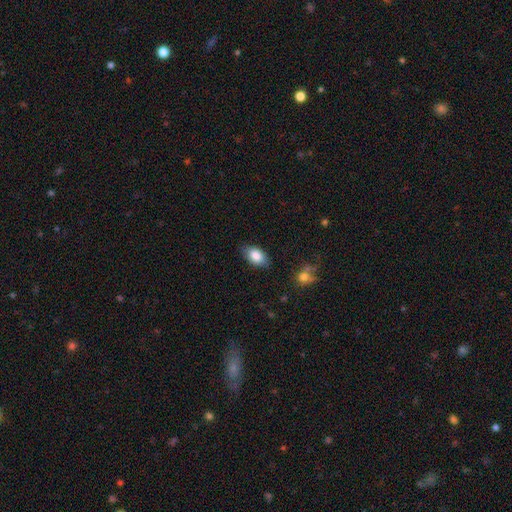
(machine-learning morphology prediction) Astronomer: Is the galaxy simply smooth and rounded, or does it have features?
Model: smooth — 85%.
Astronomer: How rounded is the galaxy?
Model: in between — 92%.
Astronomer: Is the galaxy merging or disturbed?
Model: none — 84%.